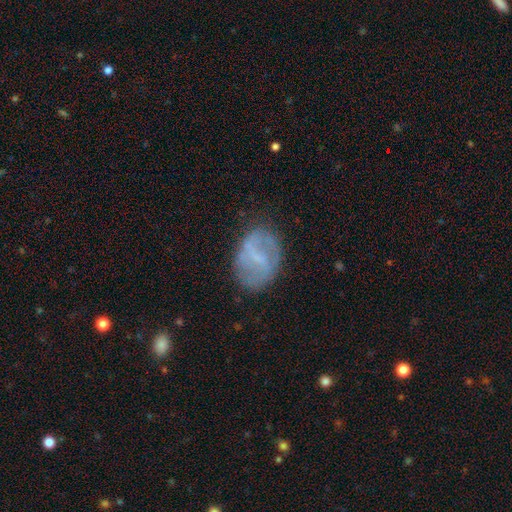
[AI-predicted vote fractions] This is likely a featured or disk galaxy (63%). It is clearly not viewed edge-on (97%). Bar: possibly weak (52%). Spiral arm pattern: likely yes (66%). Central bulge: possibly small (52%). Merging: likely none (72%).